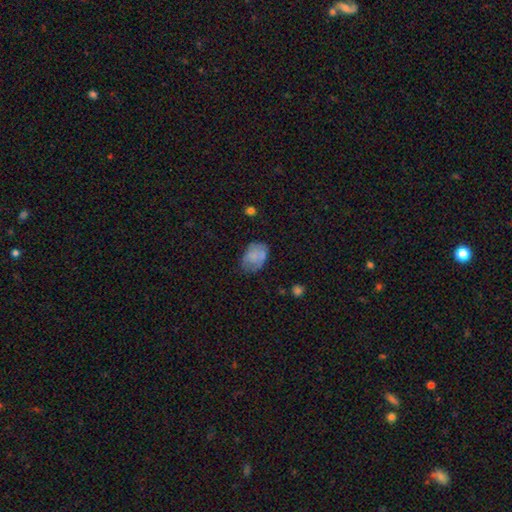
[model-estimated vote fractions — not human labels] Overall: smooth (71%). How rounded: in between (83%). Merging: none (61%; minor disturbance 27%).